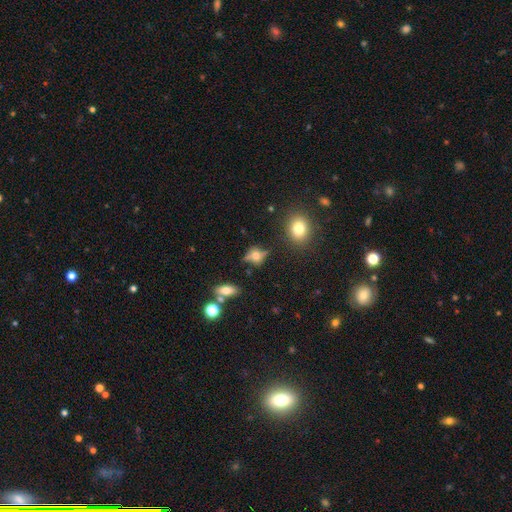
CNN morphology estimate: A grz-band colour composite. It shows a smooth galaxy with no disk features (45%). Merging: none (65%).